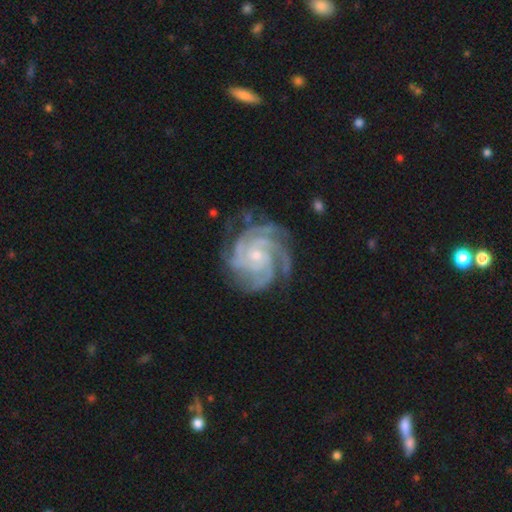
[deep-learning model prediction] Smooth or featured? featured or disk (92%)
Edge-on disk? no (98%)
Bar? no (75%)
Spiral arms? yes (99%)
Spiral winding? tight (70%)
Spiral arm count? 4 (42%)
Bulge size? small (72%)
Merging? none (76%)